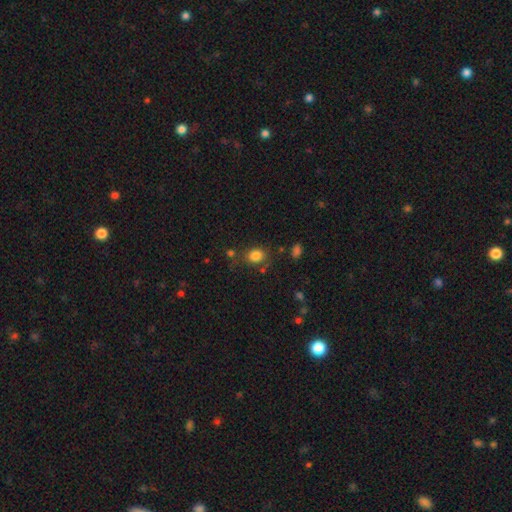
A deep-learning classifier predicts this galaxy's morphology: This is clearly a smooth galaxy (82%). How rounded: possibly round (53%). Merging: likely none (74%).